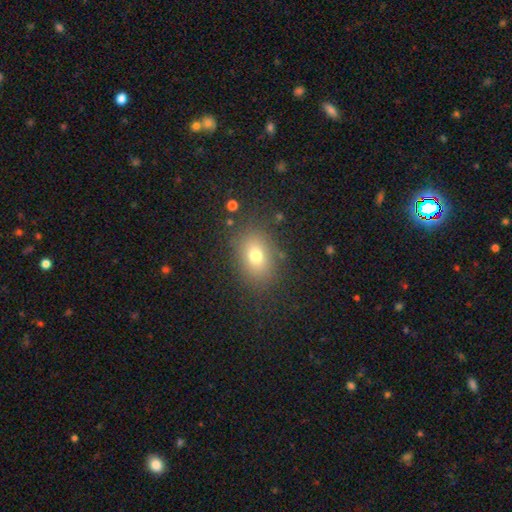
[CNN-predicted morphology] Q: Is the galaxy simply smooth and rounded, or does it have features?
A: smooth — 74%.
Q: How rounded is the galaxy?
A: in between — 66%.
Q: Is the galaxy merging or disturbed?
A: none — 82%.